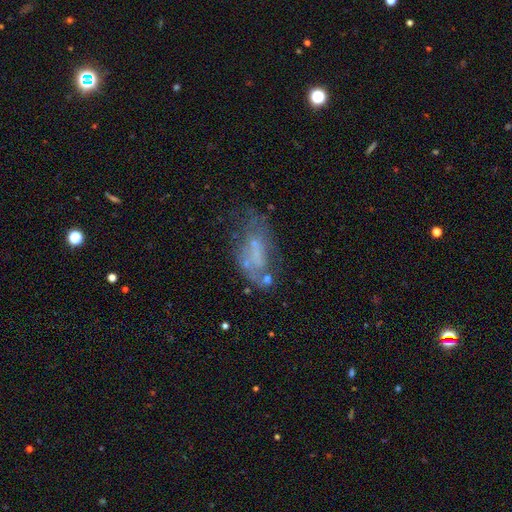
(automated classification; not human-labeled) featured or disk 53%, smooth 33%, star or artifact 15%. Down the decision tree: edge-on disk — no (93%); merging — none (37%).